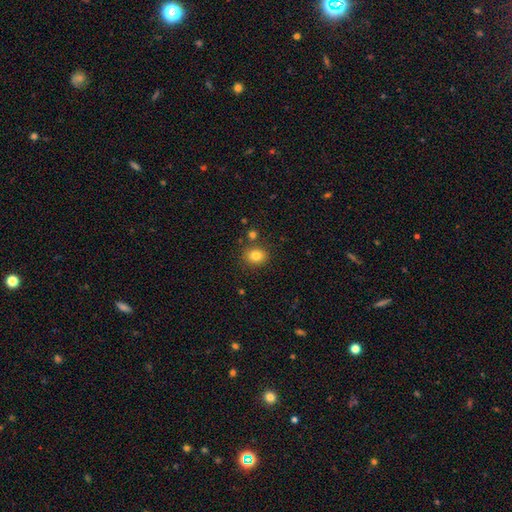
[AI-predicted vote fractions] Overall: smooth (82%). How rounded: round (63%; in between 36%). Merging: none (81%).